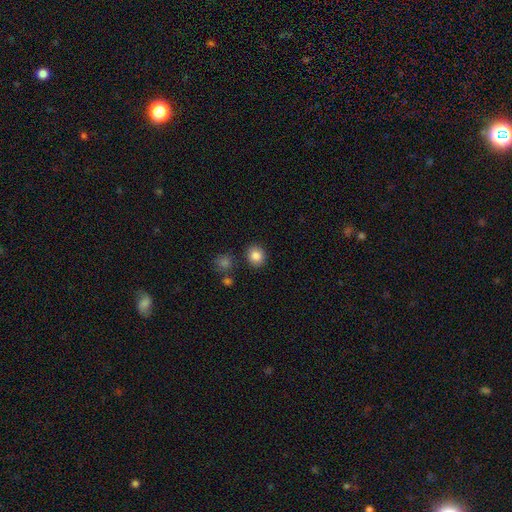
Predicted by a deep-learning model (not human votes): Morphology: type=smooth (86%); roundness=round (78%); merging=none (86%).